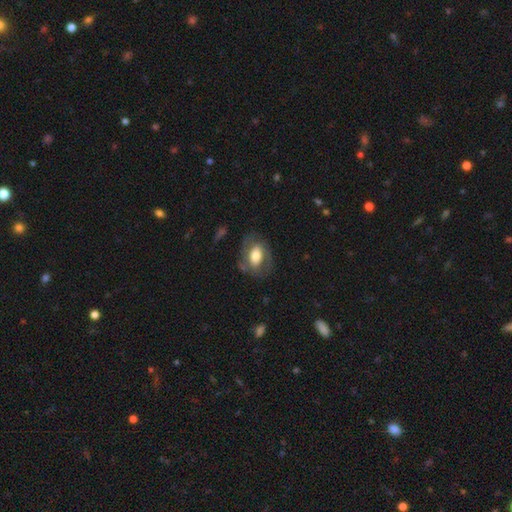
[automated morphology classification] The model was most divided on "smooth or featured": smooth: 48%, featured or disk: 46%, star or artifact: 7%. More confident: merging — none (65%).